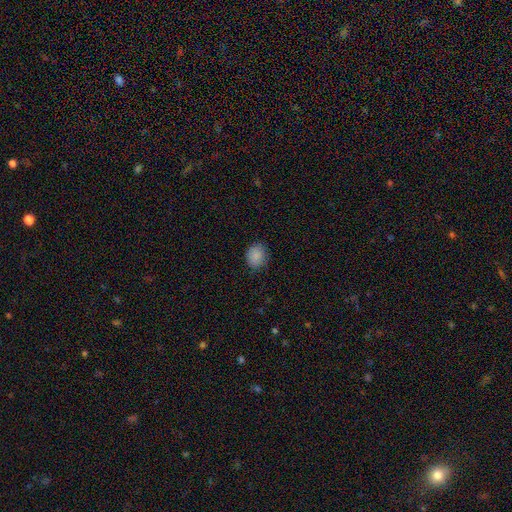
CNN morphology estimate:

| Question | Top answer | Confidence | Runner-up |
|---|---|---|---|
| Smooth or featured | smooth | 87% | star or artifact (9%) |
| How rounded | round | 62% | in between (37%) |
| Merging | none | 83% | minor disturbance (13%) |